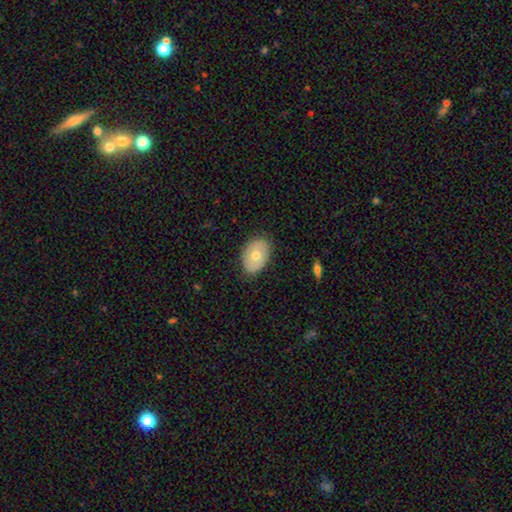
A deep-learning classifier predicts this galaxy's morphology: This appears to be a smooth galaxy with no disk features (65%) that is in between round and cigar-shaped (83%). Merging: none (84%).